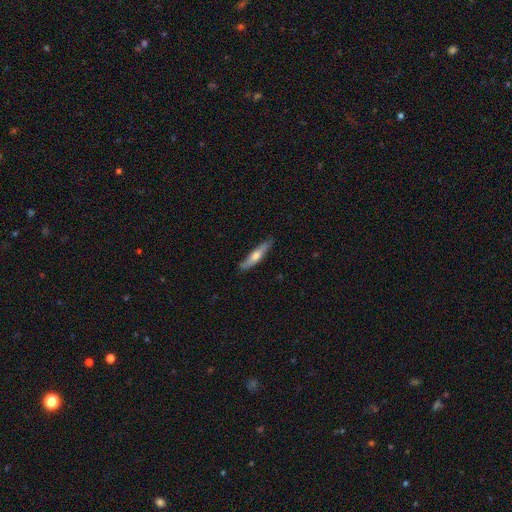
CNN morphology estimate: Smooth or featured?
  - smooth: 54% *
  - featured or disk: 41%
  - star or artifact: 5%
How rounded?
  - cigar-shaped: 84% *
  - in between: 14%
  - round: 2%
Merging?
  - none: 84% *
  - minor disturbance: 13%
  - major disturbance: 2%
  - merger: 1%